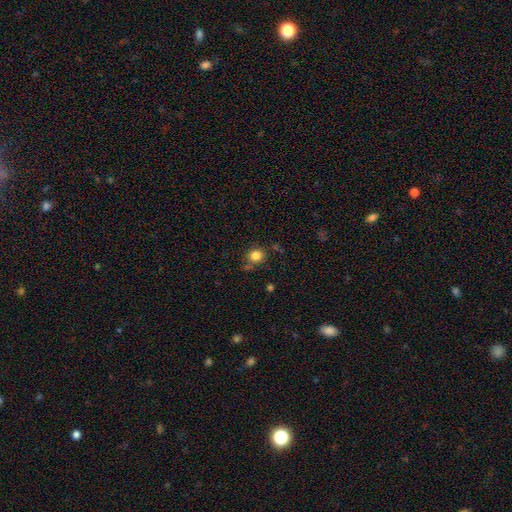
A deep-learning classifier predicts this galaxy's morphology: smooth-or-featured: smooth: 83% | star or artifact: 12% | featured or disk: 5%
  how-rounded: round: 81% | in between: 19% | cigar-shaped: 1%
  merging: none: 75% | minor disturbance: 14% | merger: 7% | major disturbance: 4%